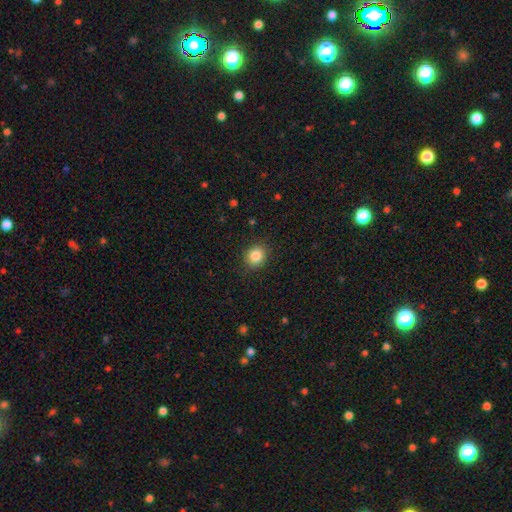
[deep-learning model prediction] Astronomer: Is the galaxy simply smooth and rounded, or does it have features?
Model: smooth — 85%.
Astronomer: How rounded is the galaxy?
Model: round — 76%.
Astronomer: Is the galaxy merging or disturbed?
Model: none — 88%.